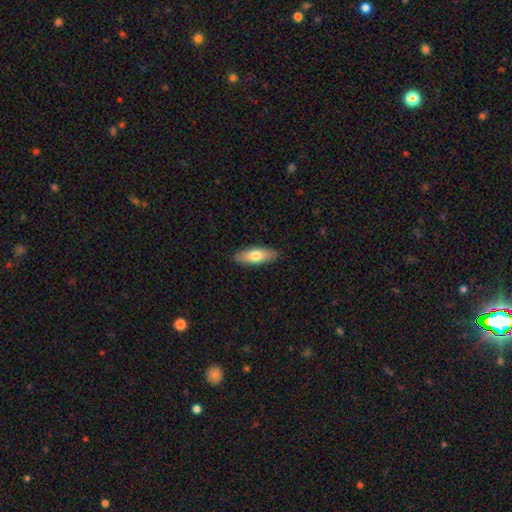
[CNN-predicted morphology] type=smooth (70%); roundness=in between (62%); merging=none (88%).